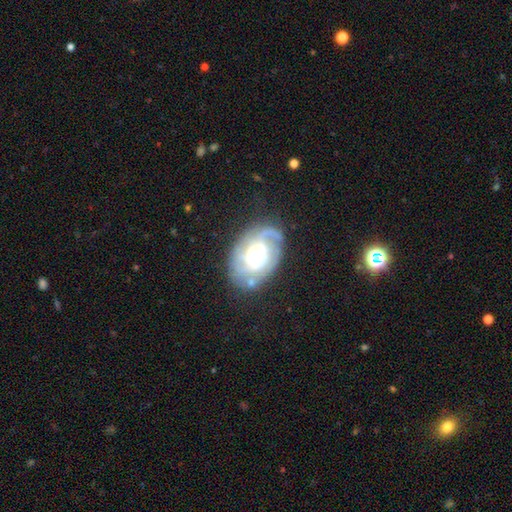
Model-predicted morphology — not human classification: featured or disk 80%, smooth 13%, star or artifact 6%. Down the decision tree: edge-on disk — no (96%); bar — no (63%); spiral arms — yes (92%); spiral arm count — can't tell (29%); spiral winding — tight (54%); bulge size — moderate (54%); merging — none (69%).